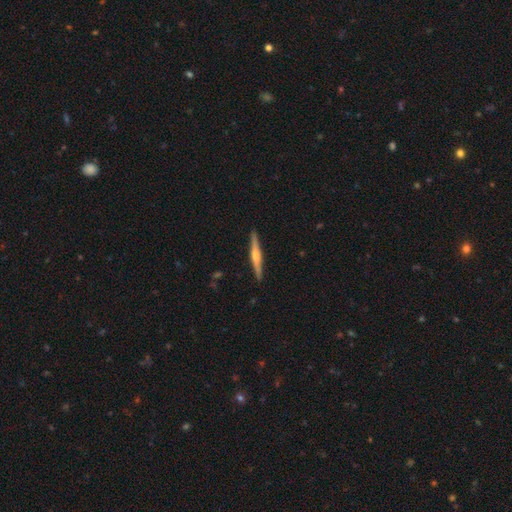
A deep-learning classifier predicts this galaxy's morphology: Smooth or featured: featured or disk — 66% (smooth — 29%)
Edge-on disk: yes — 98% (no — 2%)
Edge-on bulge: rounded — 73% (boxy — 15%)
Merging: none — 91% (minor disturbance — 7%)